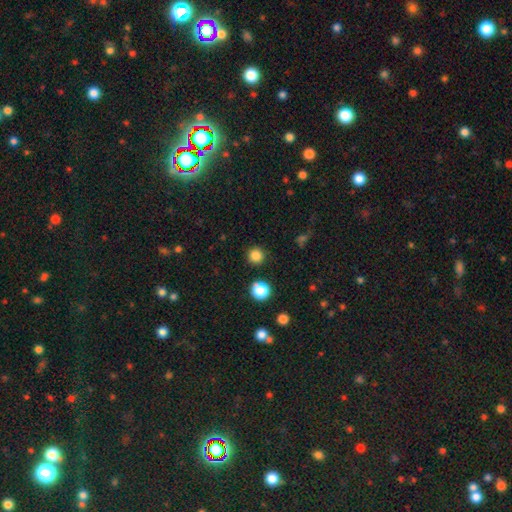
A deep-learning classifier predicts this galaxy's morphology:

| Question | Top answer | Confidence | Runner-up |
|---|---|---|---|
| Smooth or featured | smooth | 82% | star or artifact (14%) |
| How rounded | round | 95% | in between (4%) |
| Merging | none | 90% | minor disturbance (6%) |